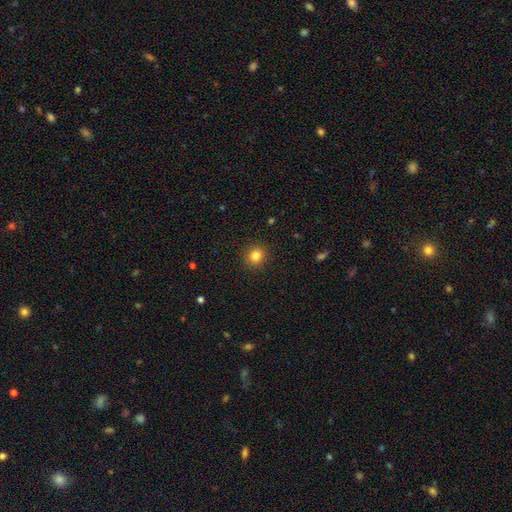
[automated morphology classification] smooth-or-featured: smooth: 83% | star or artifact: 12% | featured or disk: 5%
  how-rounded: round: 88% | in between: 11% | cigar-shaped: 1%
  merging: none: 91% | minor disturbance: 6% | major disturbance: 2% | merger: 1%